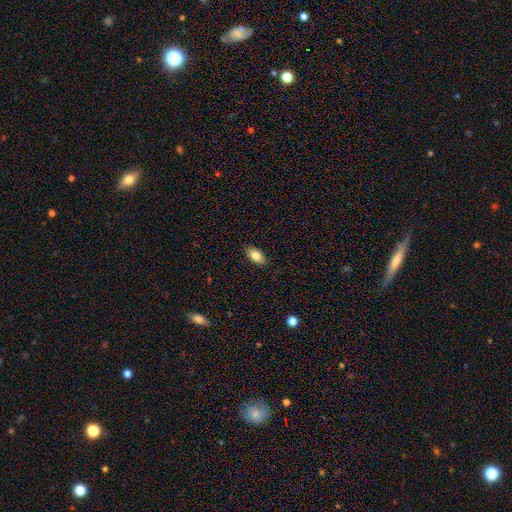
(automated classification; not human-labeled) smooth 82%, featured or disk 10%, star or artifact 8%. Down the decision tree: how rounded — in between (91%); merging — none (88%).